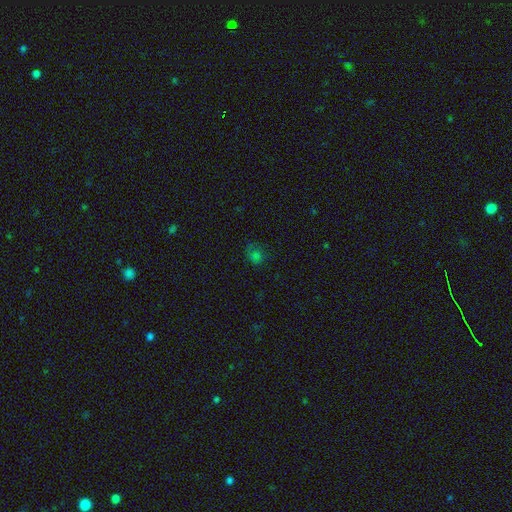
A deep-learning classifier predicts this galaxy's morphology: type=smooth (64%); roundness=round (66%); merging=none (63%).